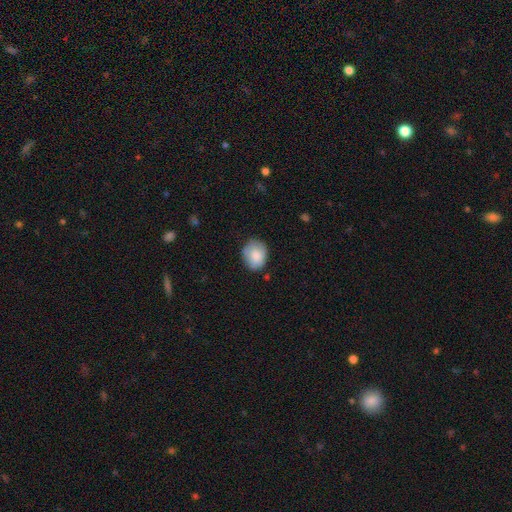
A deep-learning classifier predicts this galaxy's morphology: The model was most divided on "how rounded": round: 59%, in between: 40%, cigar-shaped: 1%. More confident: smooth or featured — smooth (82%); merging — none (72%).